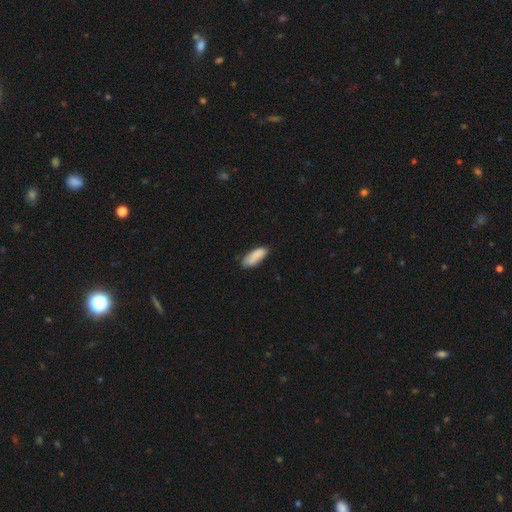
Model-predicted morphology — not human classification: This is clearly a smooth galaxy (86%). How rounded: likely in between (67%). Merging: likely none (69%).